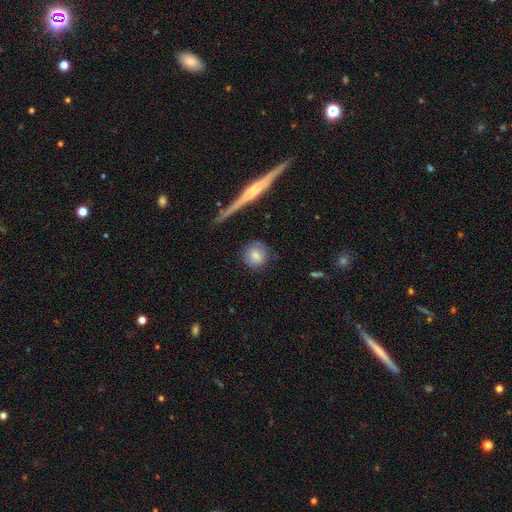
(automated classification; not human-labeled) smooth 76%, featured or disk 16%, star or artifact 8%. Down the decision tree: how rounded — round (84%); merging — none (77%).